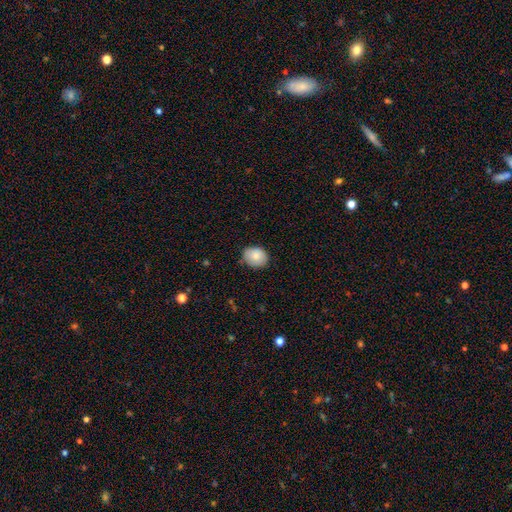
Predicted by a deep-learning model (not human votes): Overall: smooth (82%). How rounded: in between (51%; round 48%). Merging: none (77%).